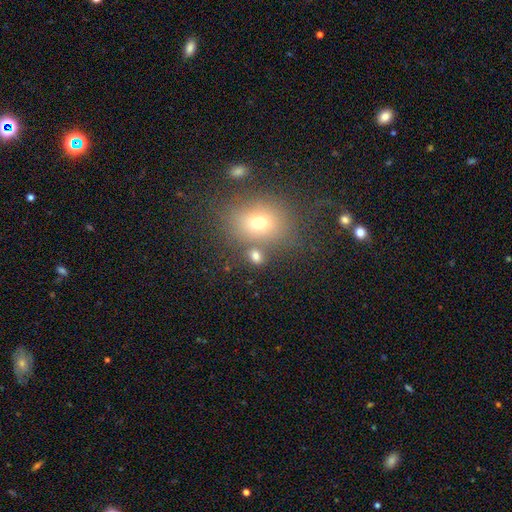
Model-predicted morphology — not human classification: A smooth galaxy with no disk features (72%) that is in between round and cigar-shaped (57%).

Vote fractions:
- Smooth or featured? smooth: 72% / star or artifact: 17% / featured or disk: 11%
- How rounded? in between: 57% / round: 41% / cigar-shaped: 2%
- Merging? none: 66% / merger: 18% / minor disturbance: 11% / major disturbance: 5%